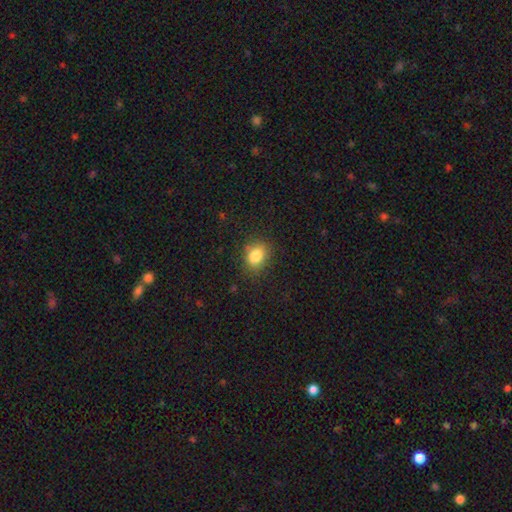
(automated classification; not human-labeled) Smooth or featured?
  - smooth: 83% *
  - star or artifact: 11%
  - featured or disk: 7%
How rounded?
  - in between: 53% *
  - round: 45%
  - cigar-shaped: 1%
Merging?
  - none: 81% *
  - minor disturbance: 14%
  - major disturbance: 4%
  - merger: 1%